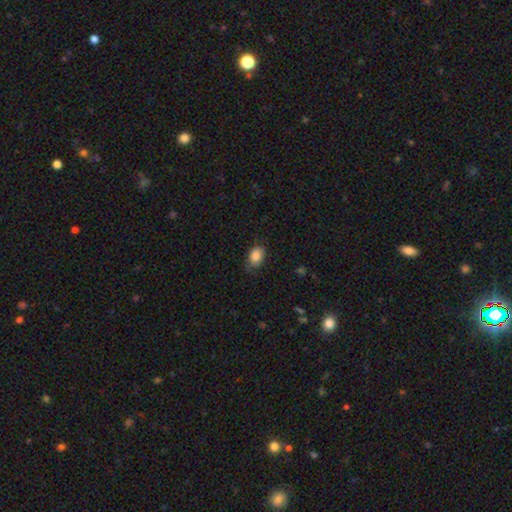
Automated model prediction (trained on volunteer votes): smooth-or-featured: smooth: 86% | star or artifact: 8% | featured or disk: 6%
  how-rounded: in between: 82% | round: 17% | cigar-shaped: 1%
  merging: none: 74% | minor disturbance: 21% | major disturbance: 4% | merger: 1%